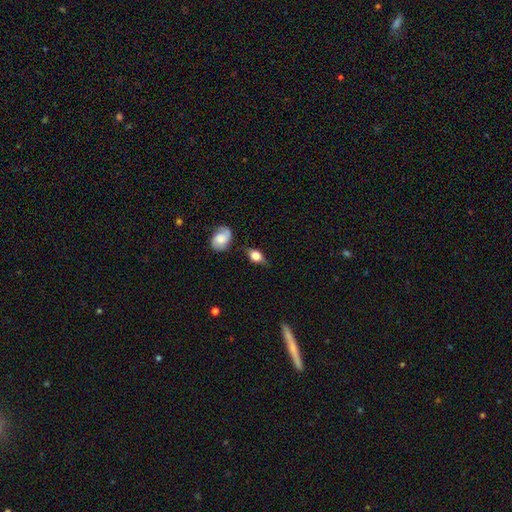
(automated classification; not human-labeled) Morphology: type=smooth (71%); roundness=in between (72%); merging=none (58%).